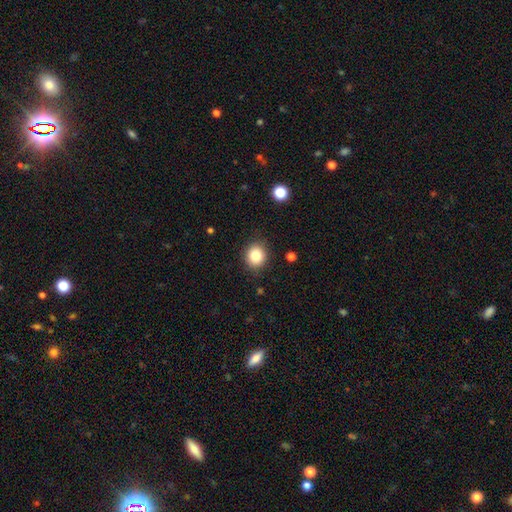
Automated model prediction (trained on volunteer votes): Smooth or featured? Predicted: smooth (p=0.83). How rounded? Predicted: round (p=0.78). Merging? Predicted: none (p=0.87).